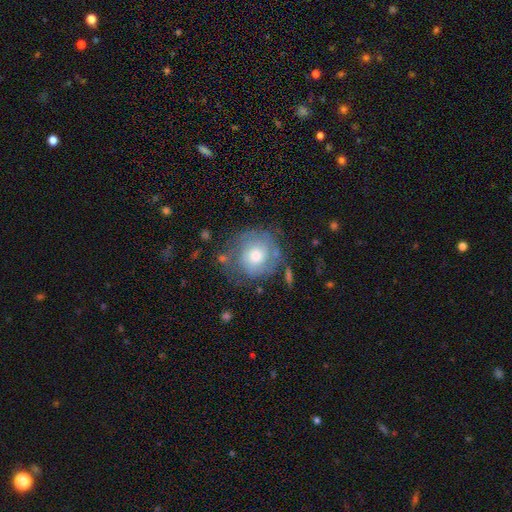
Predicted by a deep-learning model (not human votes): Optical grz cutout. It shows a featured or disk galaxy (49%). Merging: none (64%).